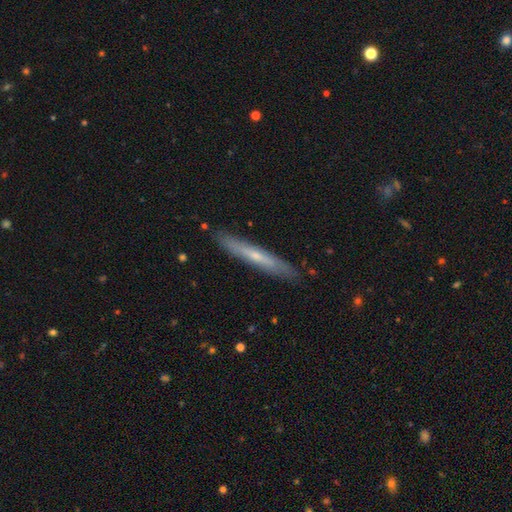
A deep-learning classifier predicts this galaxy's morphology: The model was most divided on "smooth or featured": featured or disk: 51%, smooth: 43%, star or artifact: 6%. More confident: edge-on disk — yes (89%); merging — none (88%).